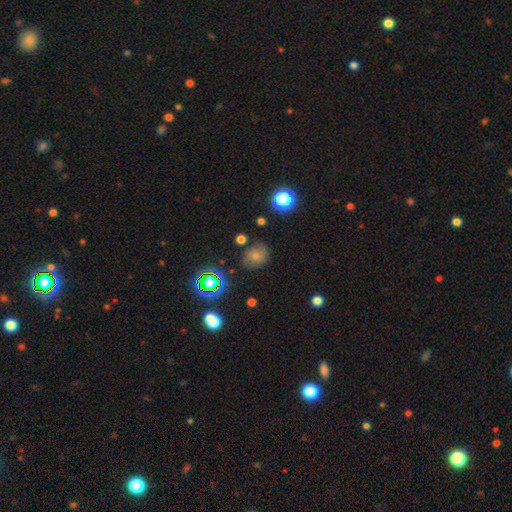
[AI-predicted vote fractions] A smooth galaxy with no disk features (50%) that is round (58%).

Vote fractions:
- Smooth or featured? smooth: 50% / featured or disk: 29% / star or artifact: 21%
- How rounded? round: 58% / in between: 41% / cigar-shaped: 1%
- Merging? none: 65% / minor disturbance: 23% / major disturbance: 8% / merger: 4%